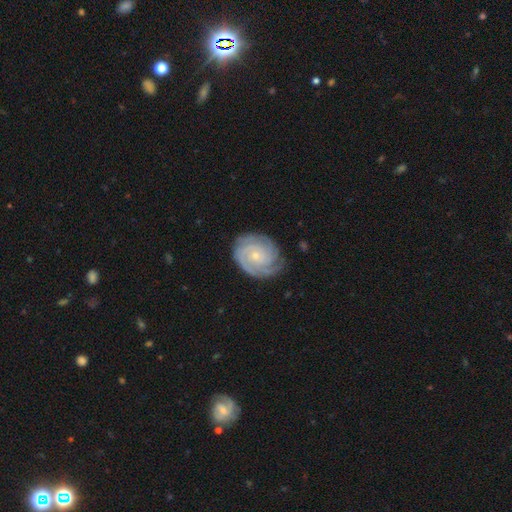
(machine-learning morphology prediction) The model was most divided on "spiral arm count": 3: 34%, 2: 20%, can't tell: 18%, 4: 15%, more than 4: 6%, 1: 6%. More confident: spiral arms — yes (98%); edge-on disk — no (98%); smooth or featured — featured or disk (87%); merging — none (79%); spiral winding — tight (79%); bar — no (78%); bulge size — small (76%).